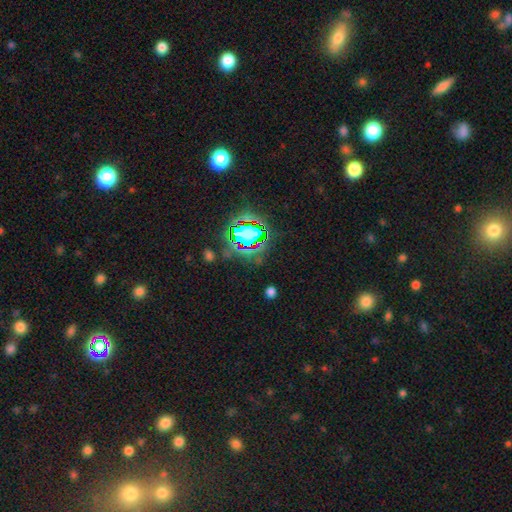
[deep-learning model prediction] smooth_or_featured: star or artifact (p=0.77) [alt: smooth p=0.14]